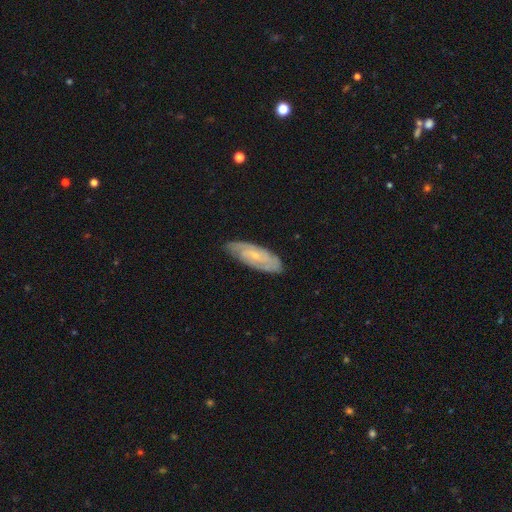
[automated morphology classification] smooth_or_featured: featured or disk (p=0.73) [alt: smooth p=0.21]
disk_edge_on: no (p=0.88) [alt: yes p=0.12]
bar: no (p=0.61) [alt: weak p=0.32]
has_spiral_arms: yes (p=0.92) [alt: no p=0.08]
spiral_winding: tight (p=0.60) [alt: medium p=0.31]
spiral_arm_count: 2 (p=0.43) [alt: can't tell p=0.34]
bulge_size: small (p=0.77) [alt: moderate p=0.18]
merging: none (p=0.81) [alt: minor disturbance p=0.15]